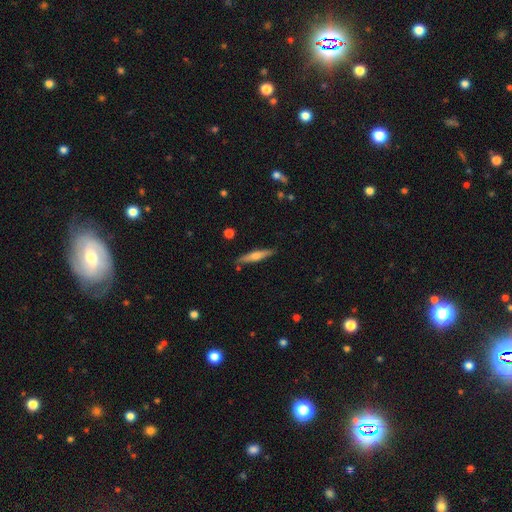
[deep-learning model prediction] smooth-or-featured: featured or disk: 52% | smooth: 42% | star or artifact: 6%
  disk-edge-on: yes: 95% | no: 5%
  merging: none: 87% | minor disturbance: 10% | merger: 2% | major disturbance: 2%